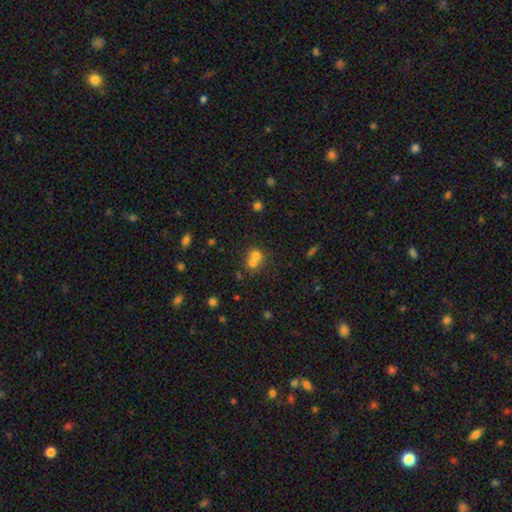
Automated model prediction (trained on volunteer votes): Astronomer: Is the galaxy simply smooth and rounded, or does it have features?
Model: smooth — 67%.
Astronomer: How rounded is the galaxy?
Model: round — 75%.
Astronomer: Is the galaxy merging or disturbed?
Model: merger — 63%.